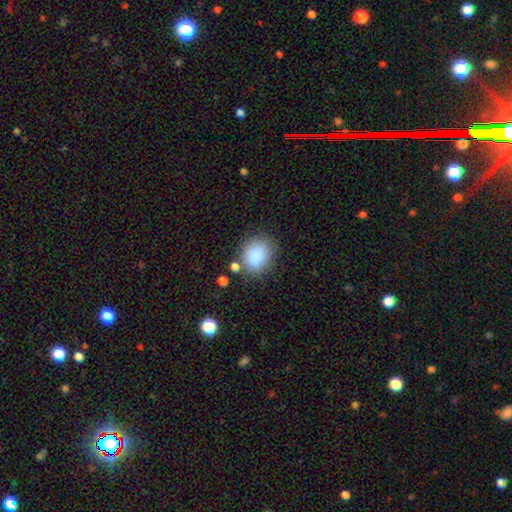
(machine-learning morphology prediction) type=smooth (86%); roundness=round (59%); merging=none (73%).